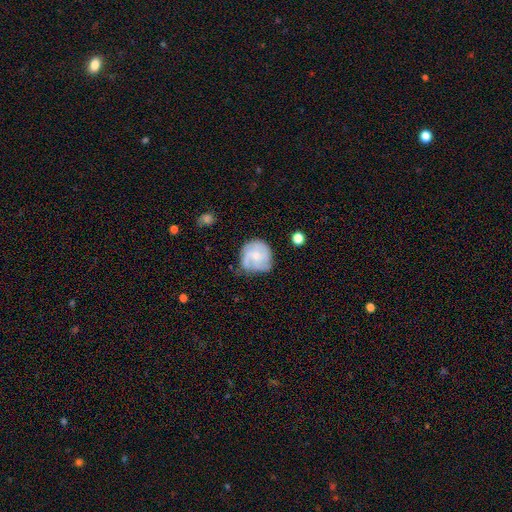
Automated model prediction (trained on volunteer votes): The model was most divided on "spiral winding": tight: 46%, medium: 41%, loose: 14%. Remaining: edge-on disk — no (98%); spiral arms — yes (89%); bar — no (72%); smooth or featured — featured or disk (66%); merging — none (62%); bulge size — small (56%); spiral arm count — 3 (44%).